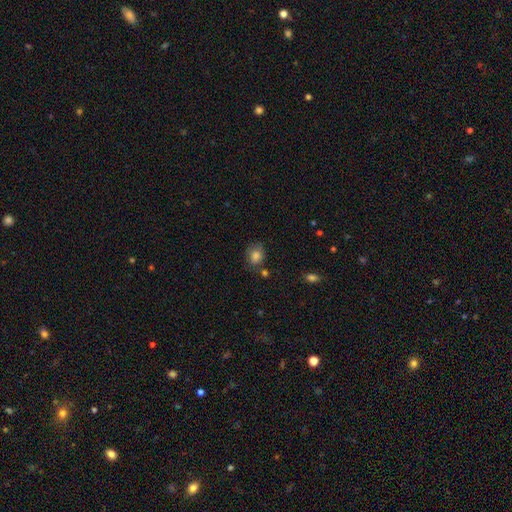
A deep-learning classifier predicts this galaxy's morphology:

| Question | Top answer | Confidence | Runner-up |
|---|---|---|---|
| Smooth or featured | smooth | 81% | star or artifact (10%) |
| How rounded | round | 52% | in between (47%) |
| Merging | none | 67% | minor disturbance (21%) |